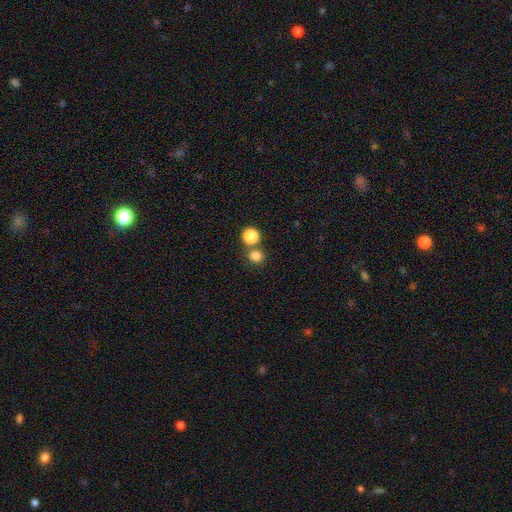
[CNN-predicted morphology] Smooth or featured? Predicted: smooth (p=0.80). How rounded? Predicted: round (p=0.91). Merging? Predicted: none (p=0.70).